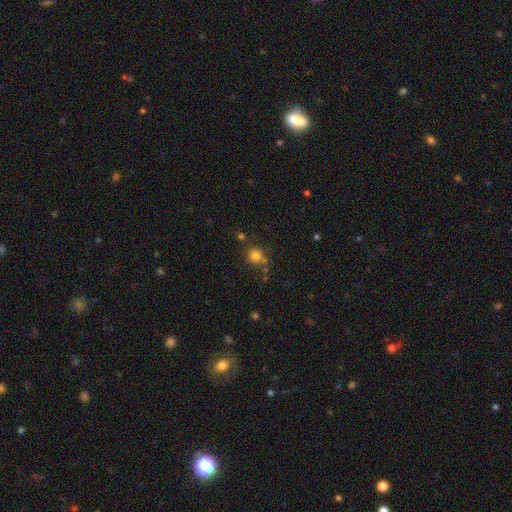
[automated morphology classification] Overall: smooth (80%). How rounded: round (87%). Merging: none (69%).